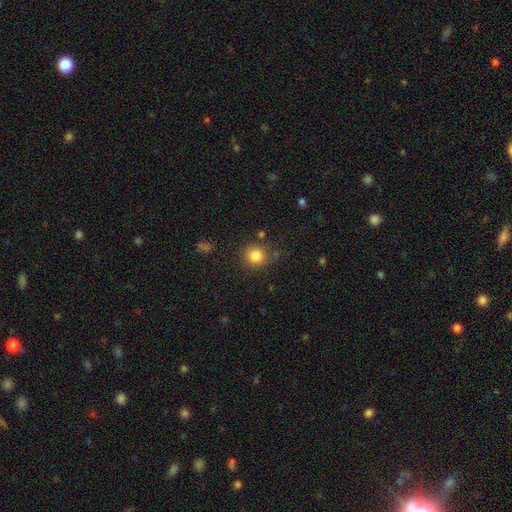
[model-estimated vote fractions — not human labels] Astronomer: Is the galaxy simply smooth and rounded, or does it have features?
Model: smooth — 84%.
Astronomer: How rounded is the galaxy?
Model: round — 90%.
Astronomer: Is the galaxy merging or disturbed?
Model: none — 81%.